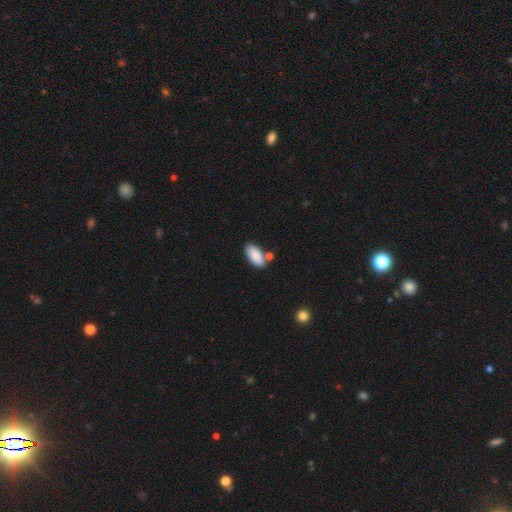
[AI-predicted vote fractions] Overall: smooth (88%). How rounded: in between (92%). Merging: none (69%).